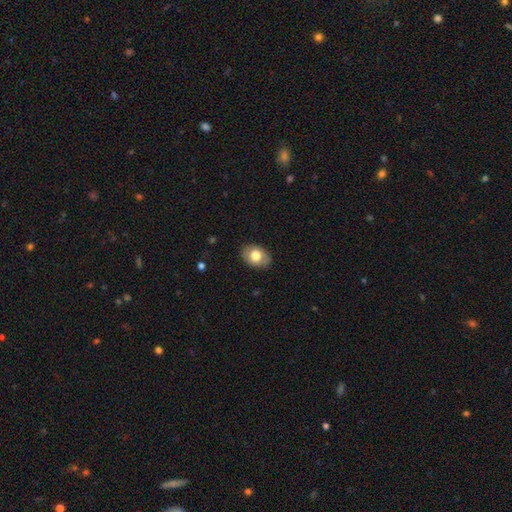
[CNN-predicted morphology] smooth 74%, featured or disk 18%, star or artifact 7%. Down the decision tree: how rounded — in between (78%); merging — none (84%).